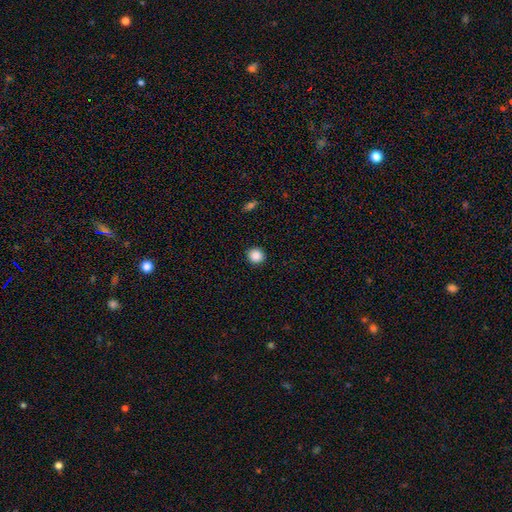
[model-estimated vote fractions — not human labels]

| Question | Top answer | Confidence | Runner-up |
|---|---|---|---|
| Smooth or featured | smooth | 88% | star or artifact (9%) |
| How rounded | round | 91% | in between (8%) |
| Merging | none | 92% | minor disturbance (5%) |